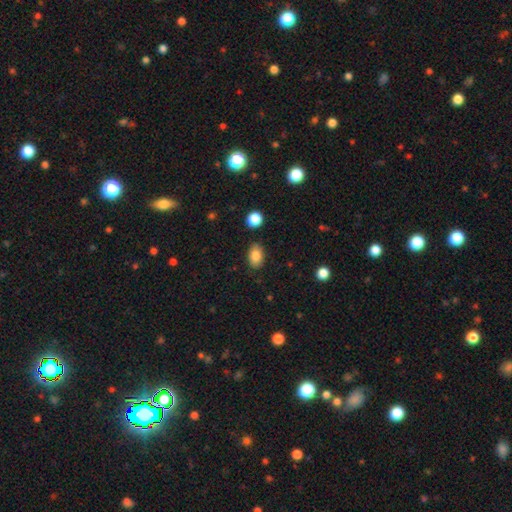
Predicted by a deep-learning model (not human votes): smooth 84%, star or artifact 9%, featured or disk 7%. Down the decision tree: how rounded — in between (87%); merging — none (85%).